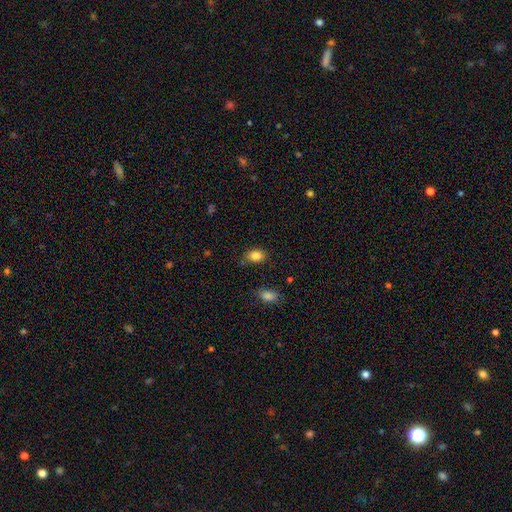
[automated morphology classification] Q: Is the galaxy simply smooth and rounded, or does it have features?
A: smooth — 84%.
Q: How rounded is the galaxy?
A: in between — 76%.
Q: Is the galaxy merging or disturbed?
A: none — 70%.